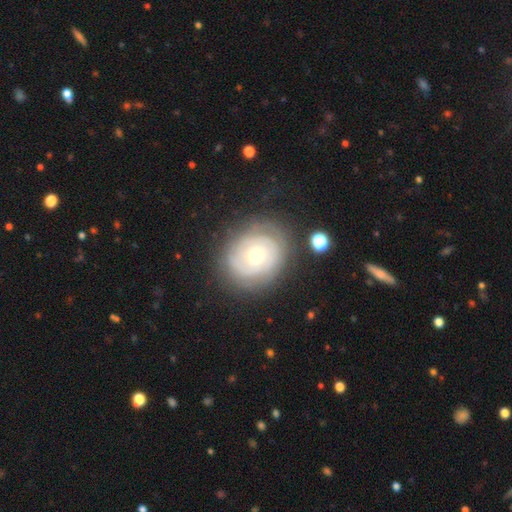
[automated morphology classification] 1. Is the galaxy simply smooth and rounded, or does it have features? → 70% featured or disk, 24% smooth, 6% star or artifact.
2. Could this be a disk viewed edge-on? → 97% no, 3% yes.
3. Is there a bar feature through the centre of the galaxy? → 81% no, 15% weak, 4% strong.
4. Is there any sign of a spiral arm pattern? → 69% yes, 31% no.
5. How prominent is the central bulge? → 68% moderate, 16% small, 13% large, 2% dominant, 1% none.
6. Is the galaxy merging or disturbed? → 75% none, 16% minor disturbance, 8% major disturbance, 2% merger.